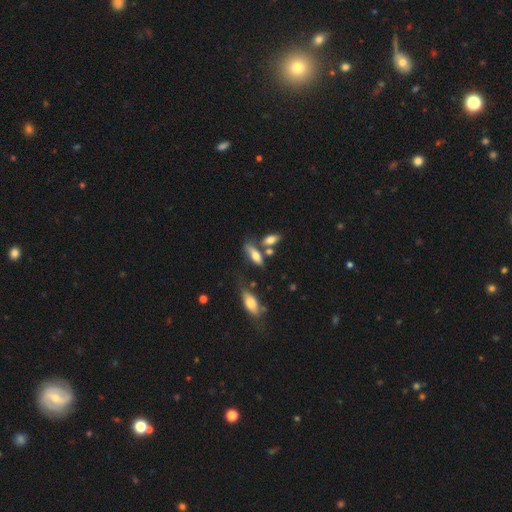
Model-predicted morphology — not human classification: Q: Smooth or featured?
A: smooth (69%); runner-up: featured or disk (23%)
Q: How rounded?
A: in between (68%); runner-up: cigar-shaped (29%)
Q: Merging?
A: none (52%); runner-up: merger (24%)